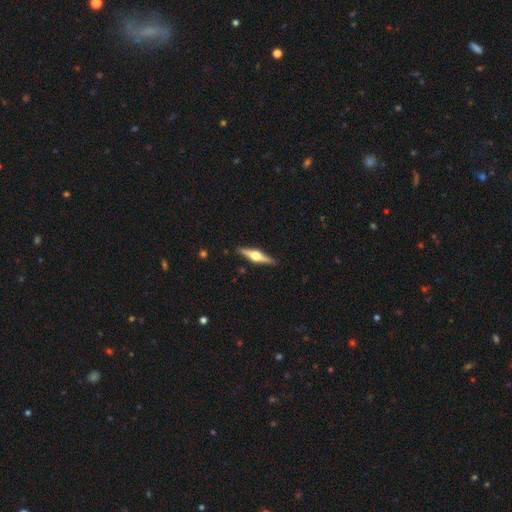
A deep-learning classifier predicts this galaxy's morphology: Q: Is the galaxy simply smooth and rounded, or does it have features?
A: featured or disk — 78%.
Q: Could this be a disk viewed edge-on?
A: yes — 98%.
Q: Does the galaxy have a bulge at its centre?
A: rounded — 96%.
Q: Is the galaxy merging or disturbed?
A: none — 91%.